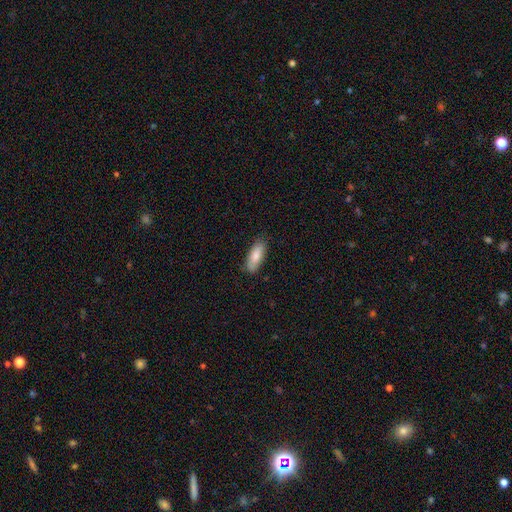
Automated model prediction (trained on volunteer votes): Overall: smooth (82%). How rounded: in between (70%). Merging: none (81%).